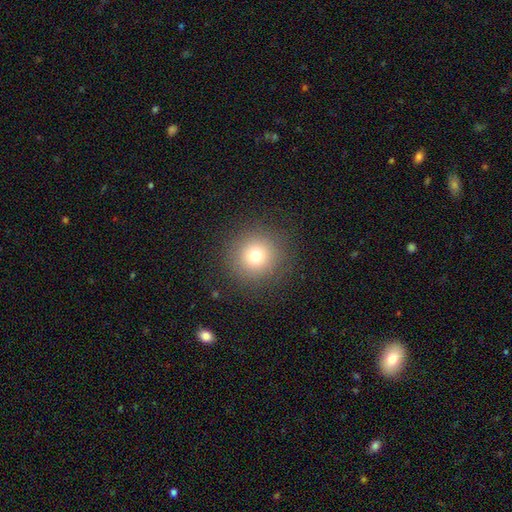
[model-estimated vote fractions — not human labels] Smooth or featured?
  - smooth: 73% *
  - star or artifact: 16%
  - featured or disk: 11%
How rounded?
  - round: 95% *
  - in between: 4%
  - cigar-shaped: 1%
Merging?
  - none: 89% *
  - minor disturbance: 6%
  - major disturbance: 4%
  - merger: 1%